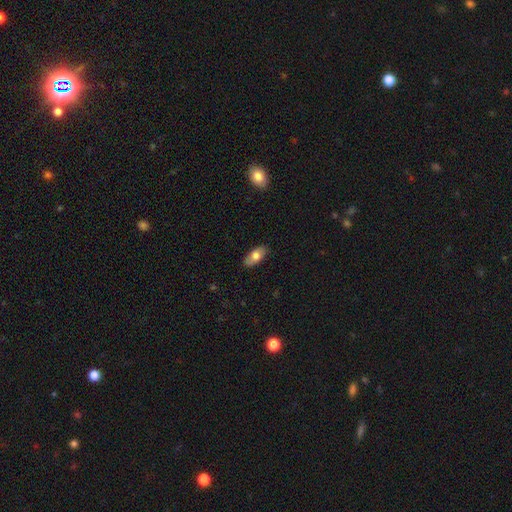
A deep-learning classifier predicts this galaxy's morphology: The model was most divided on "smooth or featured": smooth: 72%, featured or disk: 22%, star or artifact: 6%. More confident: how rounded — in between (90%); merging — none (85%).